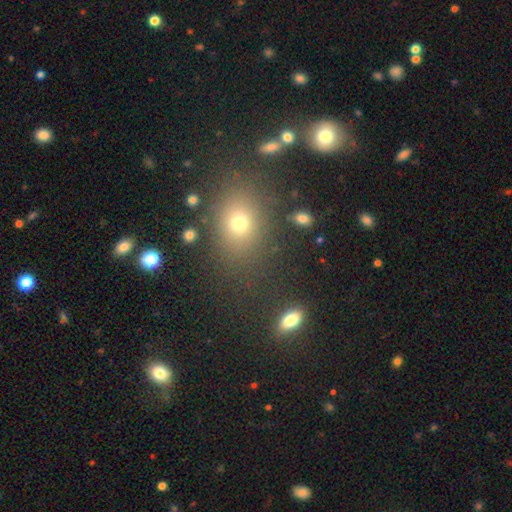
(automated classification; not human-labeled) smooth_or_featured: smooth (p=0.60) [alt: star or artifact p=0.30]
how_rounded: in between (p=0.58) [alt: round p=0.40]
merging: none (p=0.83) [alt: minor disturbance p=0.09]